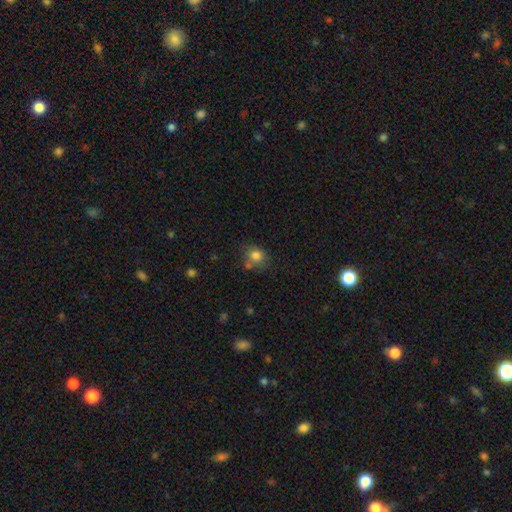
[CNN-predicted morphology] smooth 80%, star or artifact 11%, featured or disk 9%. Down the decision tree: how rounded — round (72%); merging — none (60%).